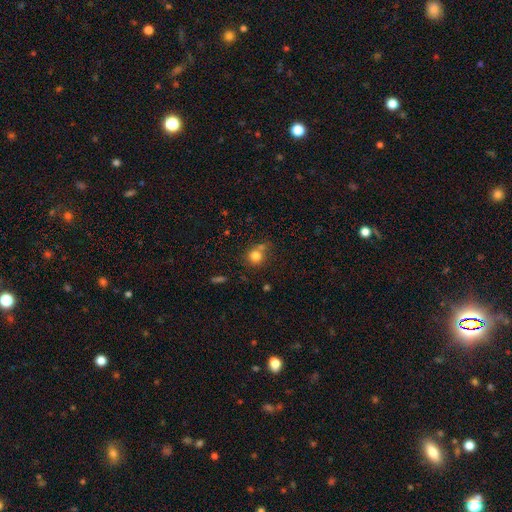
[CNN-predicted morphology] Smooth or featured?
  - smooth: 79% *
  - star or artifact: 12%
  - featured or disk: 9%
How rounded?
  - round: 86% *
  - in between: 13%
  - cigar-shaped: 1%
Merging?
  - none: 57% *
  - merger: 22%
  - minor disturbance: 15%
  - major disturbance: 6%